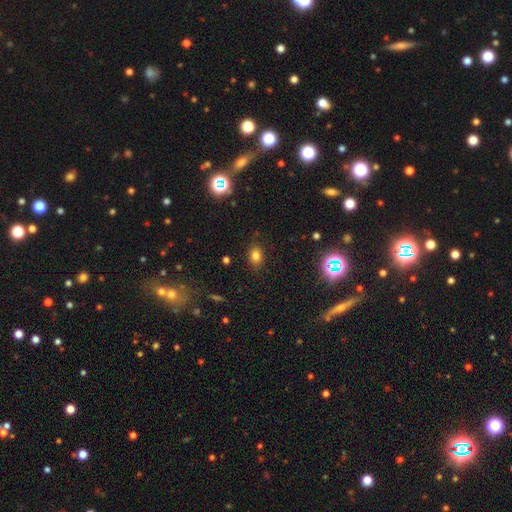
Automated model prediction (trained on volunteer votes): Smooth or featured?
  - smooth: 76% *
  - star or artifact: 16%
  - featured or disk: 7%
How rounded?
  - in between: 63% *
  - round: 35%
  - cigar-shaped: 1%
Merging?
  - none: 85% *
  - minor disturbance: 11%
  - major disturbance: 3%
  - merger: 1%